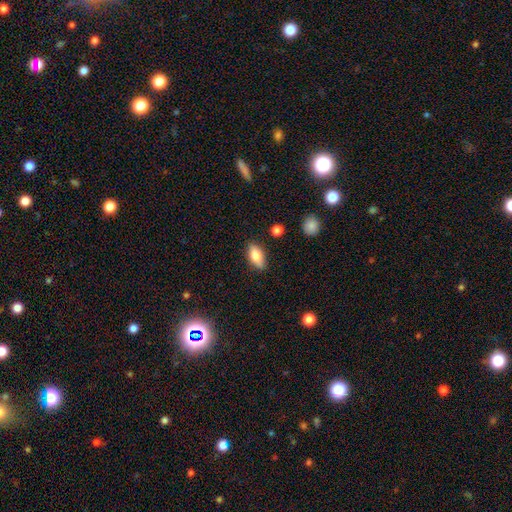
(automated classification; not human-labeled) The model was most divided on "smooth or featured": smooth: 74%, featured or disk: 18%, star or artifact: 8%. More confident: how rounded — in between (85%); merging — none (81%).